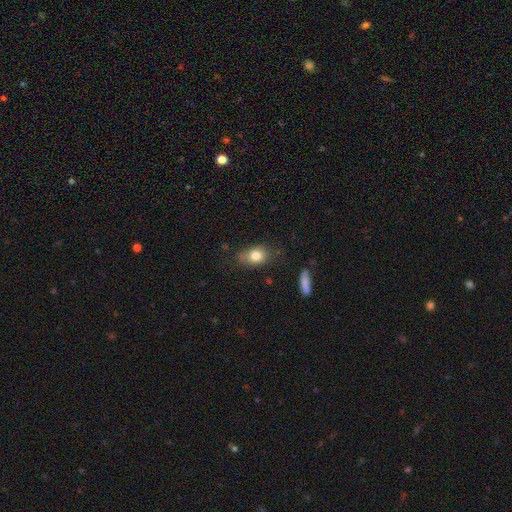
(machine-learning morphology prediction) Smooth or featured? Predicted: smooth (p=0.81). How rounded? Predicted: in between (p=0.72). Merging? Predicted: none (p=0.68).